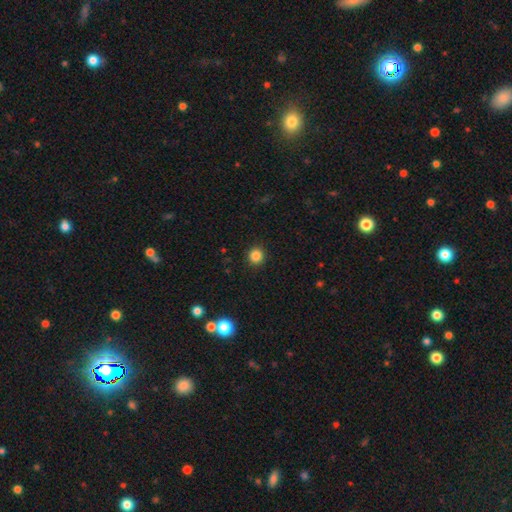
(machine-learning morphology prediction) type=smooth (84%); roundness=round (93%); merging=none (92%).